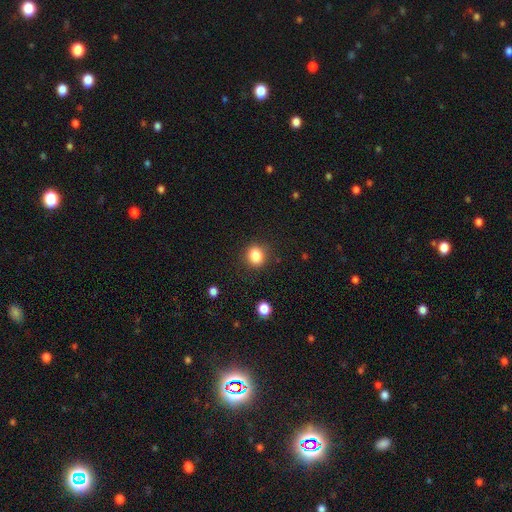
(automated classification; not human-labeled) Smooth or featured? smooth (85%)
How rounded? round (70%)
Merging? none (87%)